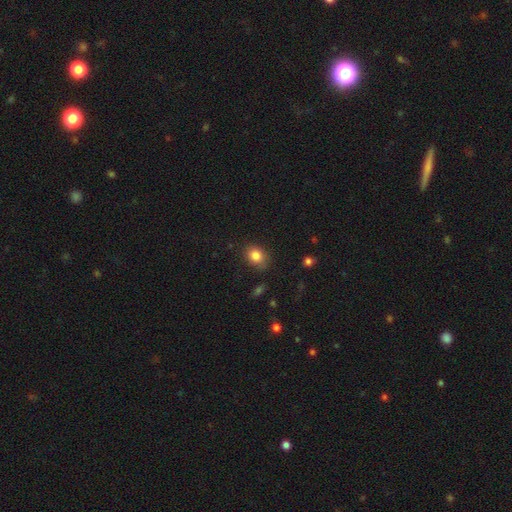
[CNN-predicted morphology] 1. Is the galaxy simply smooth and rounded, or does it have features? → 84% smooth, 10% star or artifact, 6% featured or disk.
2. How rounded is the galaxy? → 52% in between, 47% round, 1% cigar-shaped.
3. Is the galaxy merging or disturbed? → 77% none, 17% minor disturbance, 4% major disturbance, 2% merger.